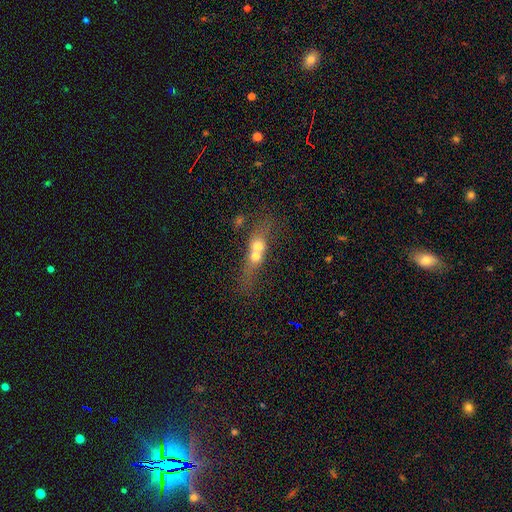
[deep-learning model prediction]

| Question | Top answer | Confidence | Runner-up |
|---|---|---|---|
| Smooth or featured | smooth | 53% | featured or disk (36%) |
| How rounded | round | 38% | in between (36%) |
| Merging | merger | 71% | none (18%) |